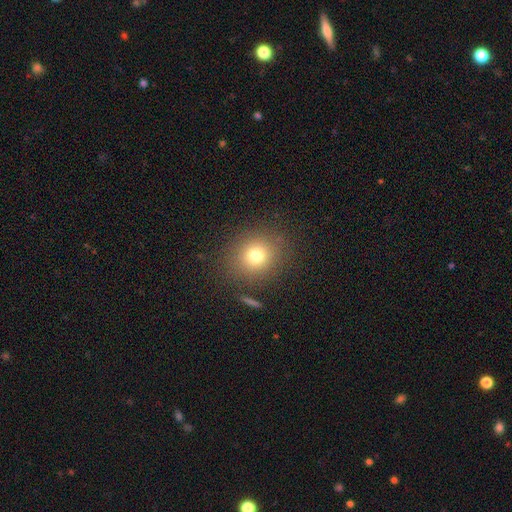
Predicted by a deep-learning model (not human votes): smooth-or-featured: smooth: 75% | star or artifact: 15% | featured or disk: 10%
  how-rounded: round: 84% | in between: 15% | cigar-shaped: 1%
  merging: none: 85% | minor disturbance: 8% | major disturbance: 4% | merger: 2%